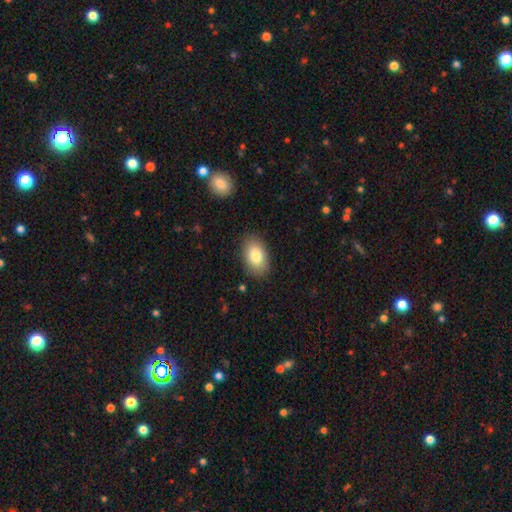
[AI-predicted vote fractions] smooth-or-featured: smooth: 82% | featured or disk: 11% | star or artifact: 7%
  how-rounded: in between: 90% | round: 9% | cigar-shaped: 1%
  merging: none: 86% | minor disturbance: 10% | major disturbance: 3% | merger: 1%